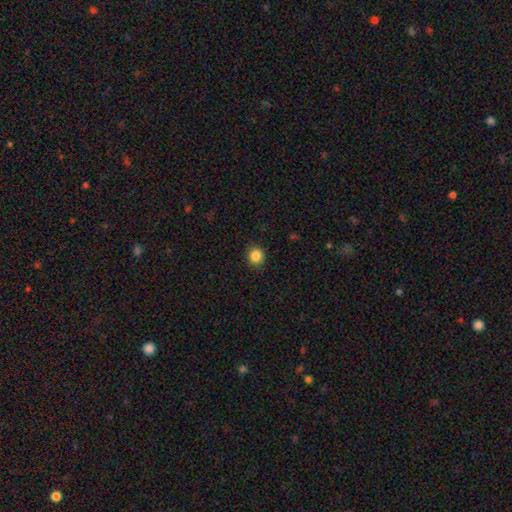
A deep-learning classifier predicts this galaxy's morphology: smooth_or_featured: smooth (p=0.86) [alt: star or artifact p=0.11]
how_rounded: round (p=0.83) [alt: in between p=0.16]
merging: none (p=0.90) [alt: minor disturbance p=0.07]